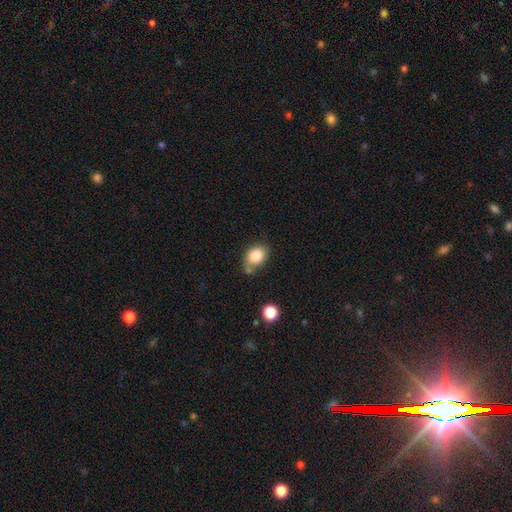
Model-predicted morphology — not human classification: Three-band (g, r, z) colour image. It shows a smooth galaxy with no disk features (83%) that is in between round and cigar-shaped (62%). Merging: none (55%).